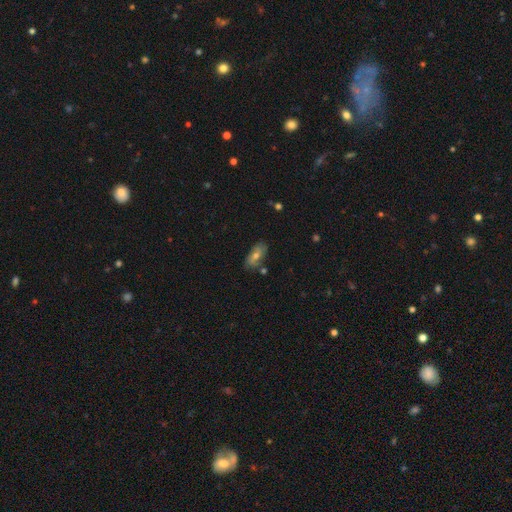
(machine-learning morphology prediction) Smooth or featured? smooth (54%)
How rounded? in between (81%)
Merging? none (76%)